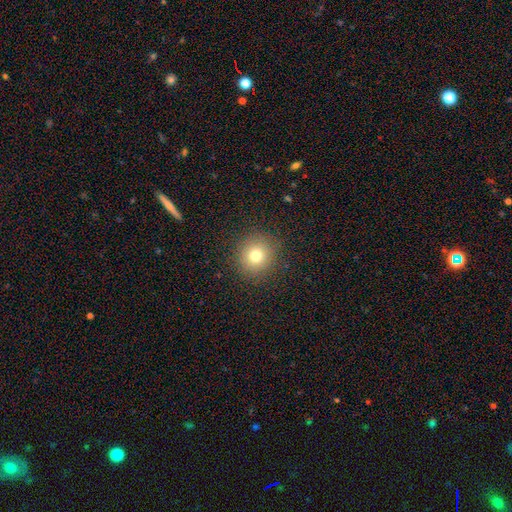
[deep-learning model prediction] Smooth or featured?
  - smooth: 76% *
  - star or artifact: 14%
  - featured or disk: 10%
How rounded?
  - round: 89% *
  - in between: 10%
  - cigar-shaped: 1%
Merging?
  - none: 89% *
  - minor disturbance: 7%
  - major disturbance: 3%
  - merger: 1%